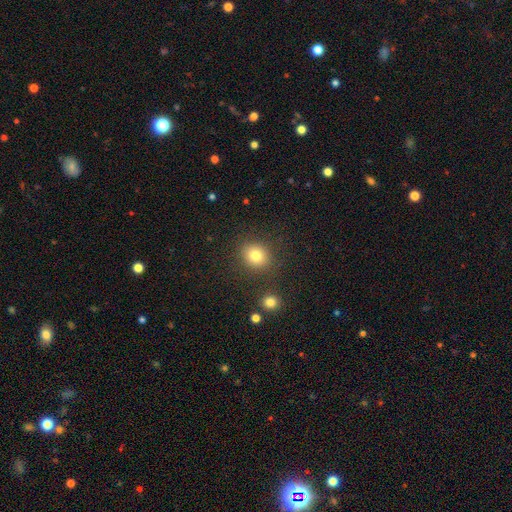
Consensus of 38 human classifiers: Morphology: type=smooth (87%); roundness=in between (55%); merging=none (78%).